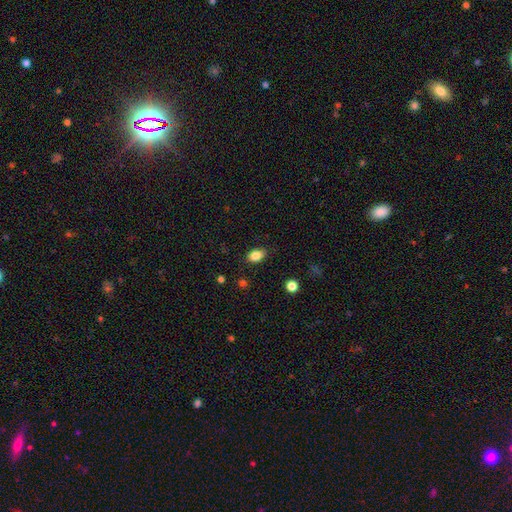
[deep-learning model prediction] smooth_or_featured: smooth (p=0.85) [alt: star or artifact p=0.09]
how_rounded: in between (p=0.83) [alt: round p=0.16]
merging: none (p=0.84) [alt: minor disturbance p=0.12]